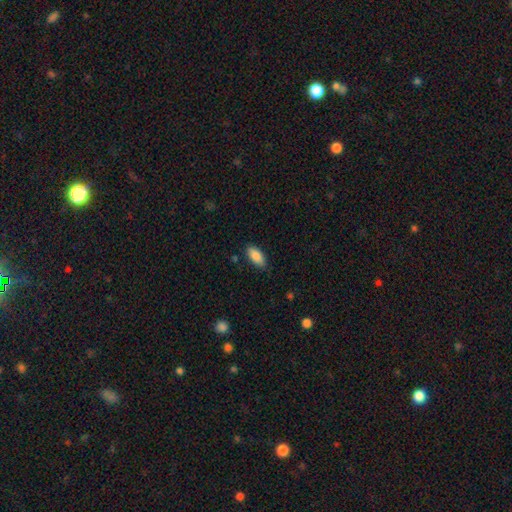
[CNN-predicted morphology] This is clearly a smooth galaxy (88%). How rounded: clearly in between (90%). Merging: clearly none (83%).